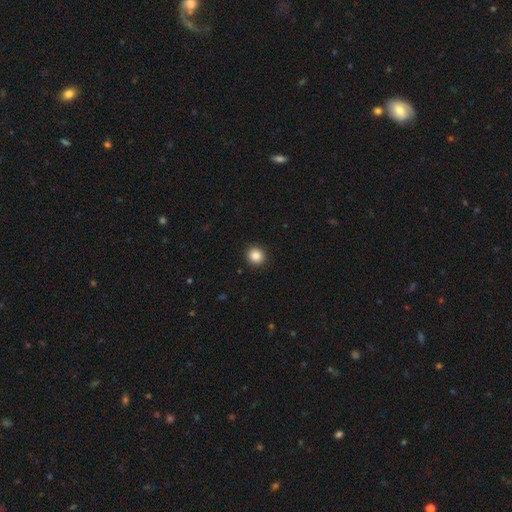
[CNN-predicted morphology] A smooth galaxy with no disk features (87%) that is round (84%).

Vote fractions:
- Smooth or featured? smooth: 87% / star or artifact: 10% / featured or disk: 4%
- How rounded? round: 84% / in between: 15% / cigar-shaped: 1%
- Merging? none: 92% / minor disturbance: 5% / major disturbance: 2% / merger: 1%